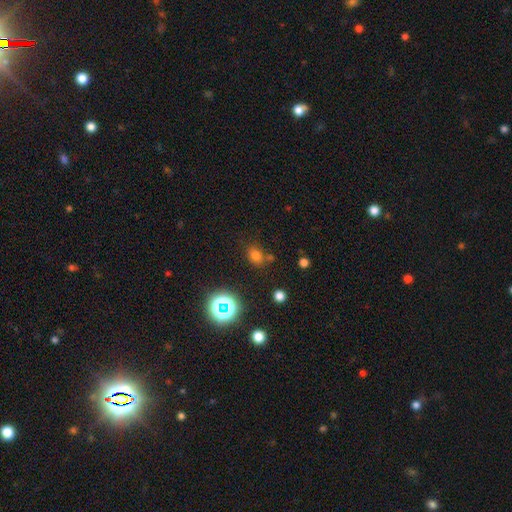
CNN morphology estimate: This is likely a smooth galaxy (65%). How rounded: possibly in between (51%). Merging: likely none (66%).